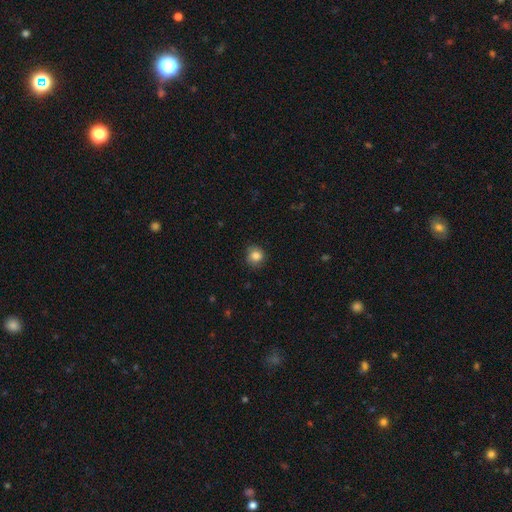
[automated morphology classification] Smooth or featured?
  - smooth: 84% *
  - star or artifact: 10%
  - featured or disk: 6%
How rounded?
  - round: 88% *
  - in between: 11%
  - cigar-shaped: 1%
Merging?
  - none: 81% *
  - minor disturbance: 14%
  - major disturbance: 3%
  - merger: 1%